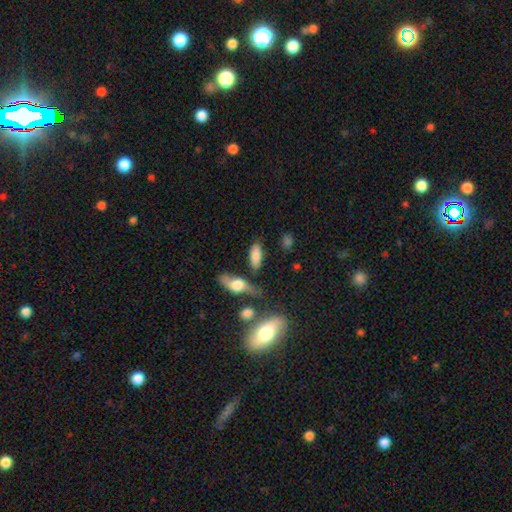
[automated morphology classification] Smooth or featured: smooth — 75% (featured or disk — 17%)
How rounded: in between — 78% (cigar-shaped — 18%)
Merging: none — 69% (minor disturbance — 15%)